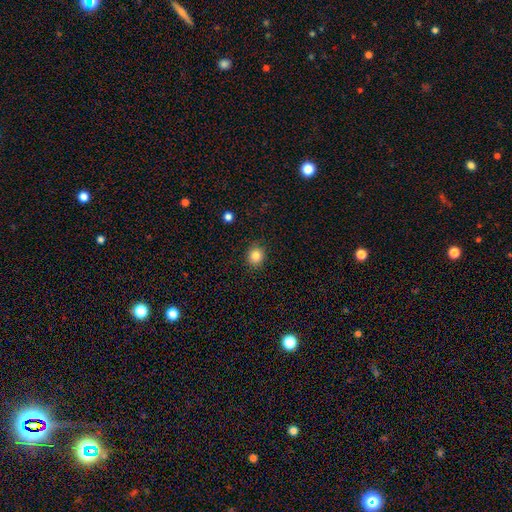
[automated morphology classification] A smooth galaxy with no disk features (84%) that is round (81%).

Vote fractions:
- Smooth or featured? smooth: 84% / star or artifact: 11% / featured or disk: 5%
- How rounded? round: 81% / in between: 18% / cigar-shaped: 1%
- Merging? none: 89% / minor disturbance: 7% / major disturbance: 2% / merger: 1%